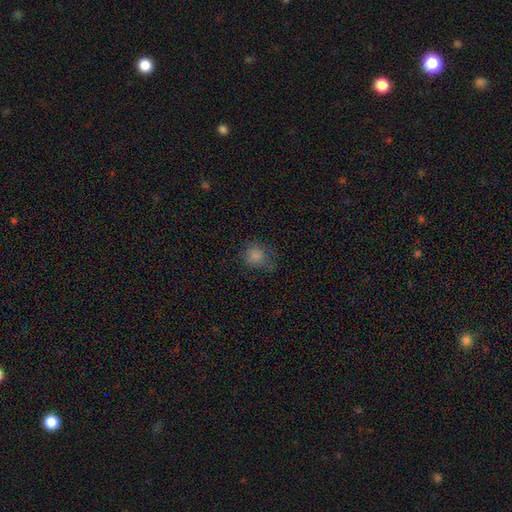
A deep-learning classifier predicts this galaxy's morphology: A smooth galaxy with no disk features (81%) that is round (83%). Merging: none (65%).